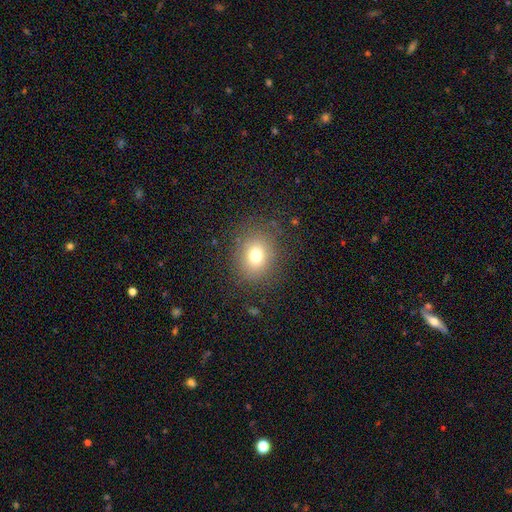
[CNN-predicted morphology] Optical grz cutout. It shows a smooth galaxy with no disk features (74%) that is round (65%). Merging: none (83%).